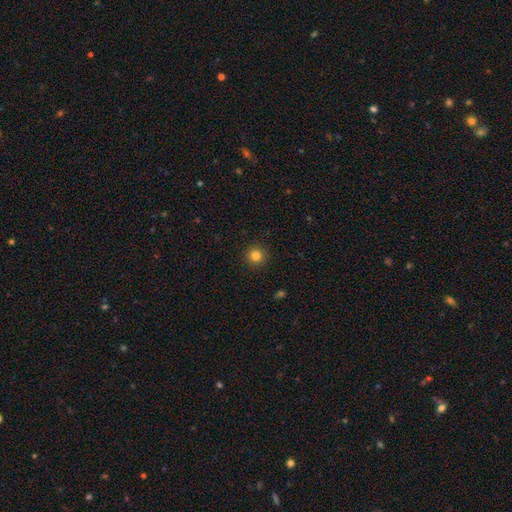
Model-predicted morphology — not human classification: type=smooth (82%); roundness=round (95%); merging=none (93%).